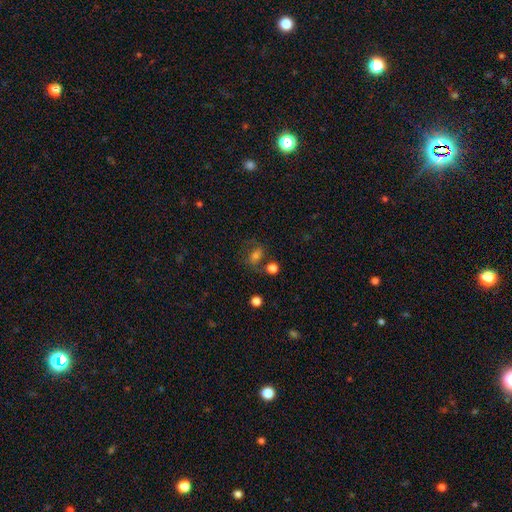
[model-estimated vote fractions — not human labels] Q: Smooth or featured?
A: smooth (57%); runner-up: featured or disk (26%)
Q: How rounded?
A: in between (61%); runner-up: round (37%)
Q: Merging?
A: none (56%); runner-up: minor disturbance (18%)